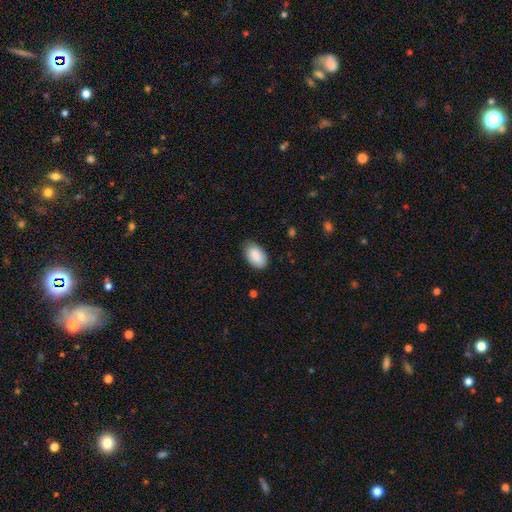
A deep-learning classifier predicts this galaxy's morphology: A smooth galaxy with no disk features (88%) that is in between round and cigar-shaped (95%).

Vote fractions:
- Smooth or featured? smooth: 88% / star or artifact: 6% / featured or disk: 6%
- How rounded? in between: 95% / round: 4% / cigar-shaped: 1%
- Merging? none: 82% / minor disturbance: 15% / major disturbance: 3% / merger: 1%